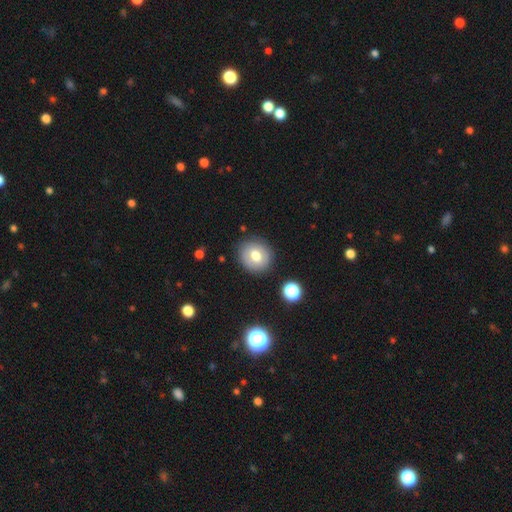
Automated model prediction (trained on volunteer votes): The model was most divided on "smooth or featured": smooth: 65%, featured or disk: 26%, star or artifact: 10%. More confident: merging — none (84%); how rounded — round (79%).